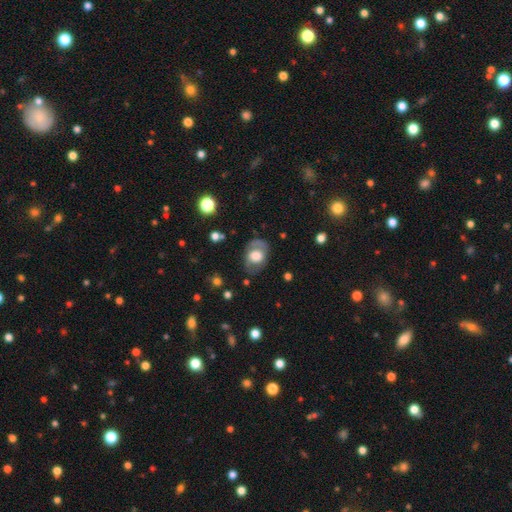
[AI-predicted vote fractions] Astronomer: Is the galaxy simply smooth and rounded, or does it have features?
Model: smooth — 49% (runner-up: featured or disk, 43%).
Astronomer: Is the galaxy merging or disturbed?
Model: none — 66%.